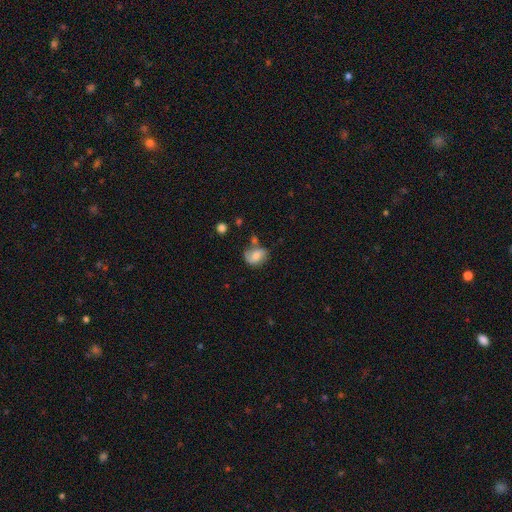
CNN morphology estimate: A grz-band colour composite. It shows a smooth galaxy with no disk features (60%) that is in between round and cigar-shaped (62%). Merging: none (50%).